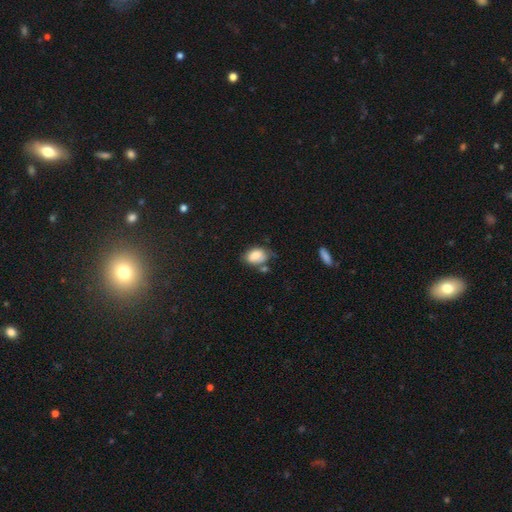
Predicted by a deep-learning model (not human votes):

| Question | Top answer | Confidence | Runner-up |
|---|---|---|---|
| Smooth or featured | smooth | 81% | featured or disk (11%) |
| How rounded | in between | 84% | round (15%) |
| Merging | none | 53% | minor disturbance (27%) |